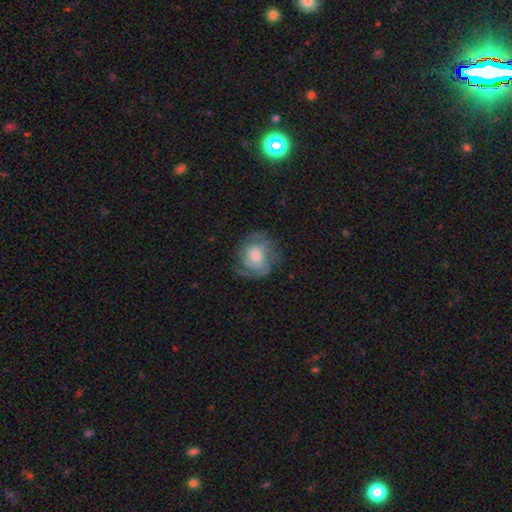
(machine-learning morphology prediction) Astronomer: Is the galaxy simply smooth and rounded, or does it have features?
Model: featured or disk — 59%.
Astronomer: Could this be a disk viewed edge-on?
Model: no — 97%.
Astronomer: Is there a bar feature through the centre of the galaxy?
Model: no — 71%.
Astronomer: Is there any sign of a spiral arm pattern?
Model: yes — 82%.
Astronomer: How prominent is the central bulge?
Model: moderate — 46% (runner-up: small, 38%).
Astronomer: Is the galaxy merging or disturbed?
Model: none — 64%.